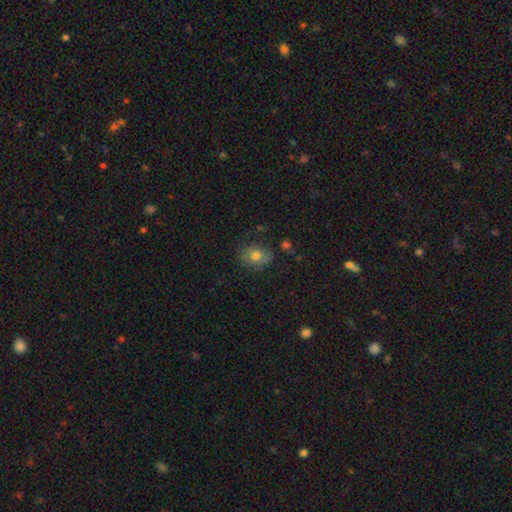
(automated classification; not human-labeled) smooth 72%, featured or disk 17%, star or artifact 11%. Down the decision tree: how rounded — in between (58%); merging — none (76%).